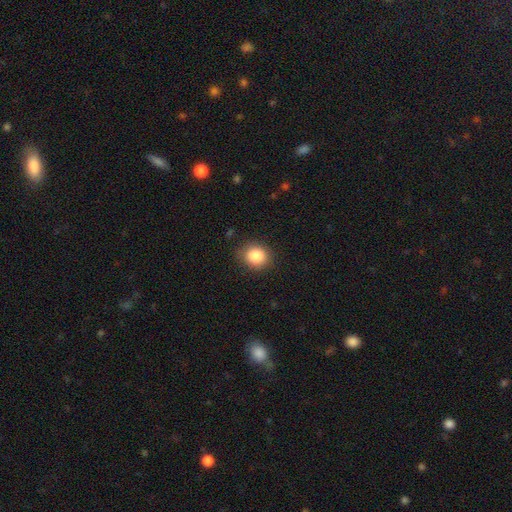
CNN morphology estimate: A smooth galaxy with no disk features (86%) that is round (69%). Merging: none (83%).